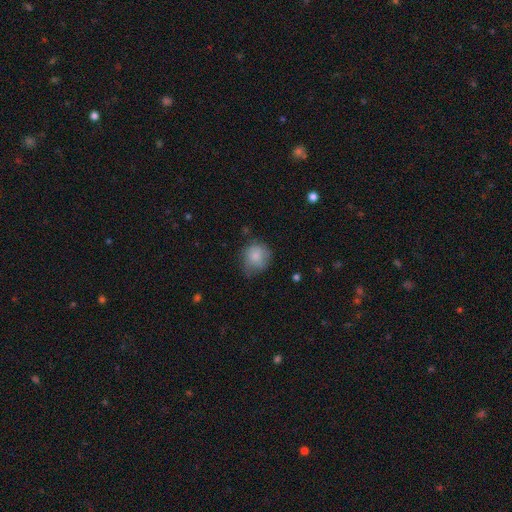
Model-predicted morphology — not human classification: A smooth galaxy with no disk features (80%) that is round (82%).

Vote fractions:
- Smooth or featured? smooth: 80% / featured or disk: 12% / star or artifact: 8%
- How rounded? round: 82% / in between: 17% / cigar-shaped: 1%
- Merging? none: 57% / minor disturbance: 31% / major disturbance: 10% / merger: 2%